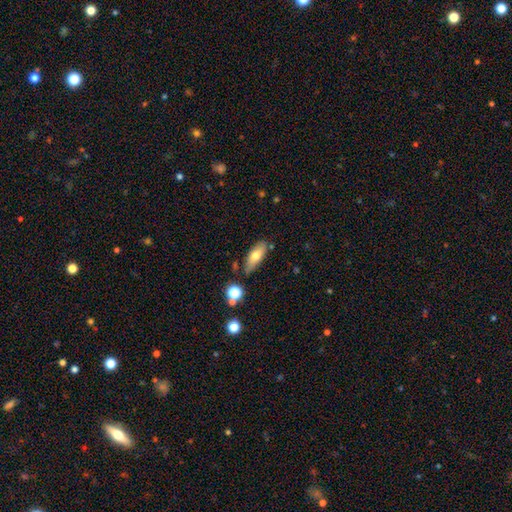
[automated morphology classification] smooth 67%, featured or disk 25%, star or artifact 8%. Down the decision tree: how rounded — in between (70%); merging — none (77%).